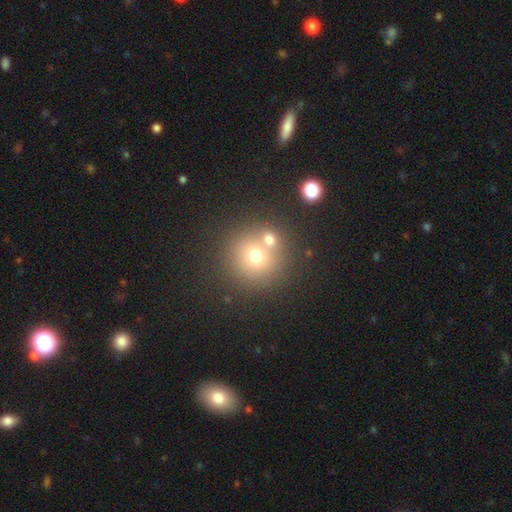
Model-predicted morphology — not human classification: Smooth or featured: smooth — 68% (star or artifact — 17%)
How rounded: round — 92% (in between — 7%)
Merging: none — 58% (merger — 31%)